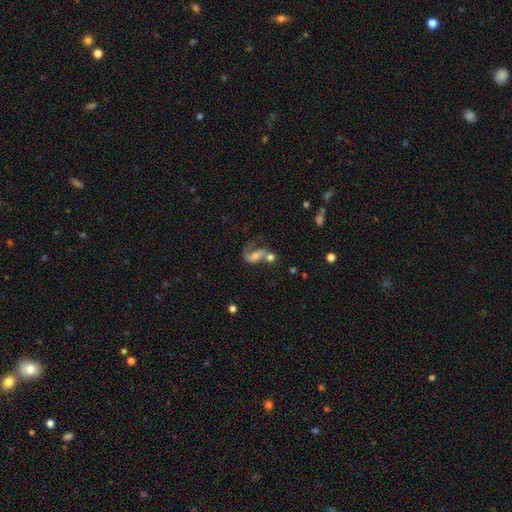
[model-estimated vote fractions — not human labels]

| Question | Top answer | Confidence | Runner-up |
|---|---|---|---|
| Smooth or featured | featured or disk | 56% | smooth (32%) |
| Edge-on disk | no | 95% | yes (5%) |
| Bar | no | 50% | weak (32%) |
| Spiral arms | yes | 75% | no (25%) |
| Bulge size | moderate | 38% | small (29%) |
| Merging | merger | 41% | major disturbance (26%) |